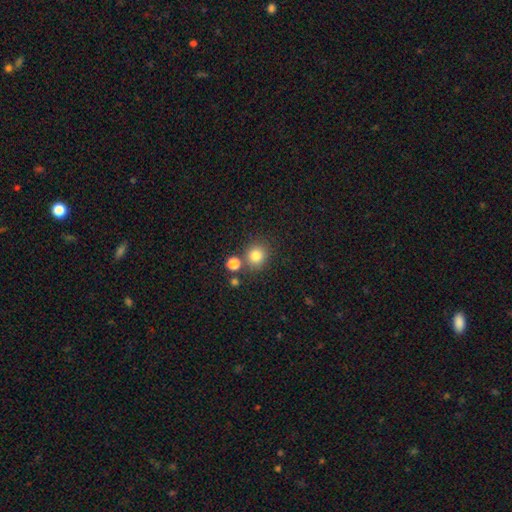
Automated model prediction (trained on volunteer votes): A smooth galaxy with no disk features (82%) that is round (85%).

Vote fractions:
- Smooth or featured? smooth: 82% / star or artifact: 13% / featured or disk: 6%
- How rounded? round: 85% / in between: 14% / cigar-shaped: 1%
- Merging? none: 75% / merger: 12% / minor disturbance: 10% / major disturbance: 3%